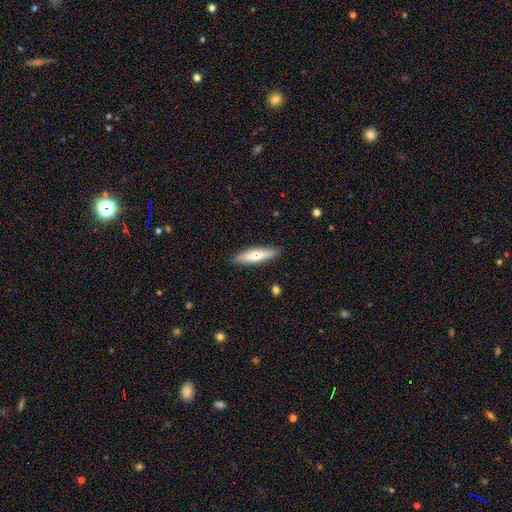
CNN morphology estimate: This appears to be a smooth galaxy with no disk features (65%) that is cigar-shaped (77%). Merging: none (89%).